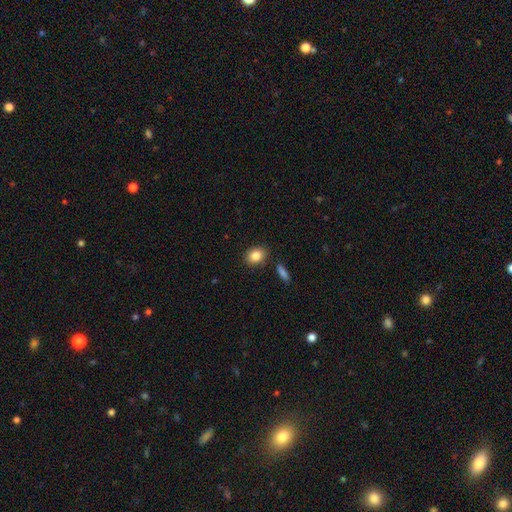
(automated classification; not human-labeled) Q: Smooth or featured?
A: smooth (86%); runner-up: star or artifact (8%)
Q: How rounded?
A: in between (60%); runner-up: round (39%)
Q: Merging?
A: none (84%); runner-up: minor disturbance (10%)